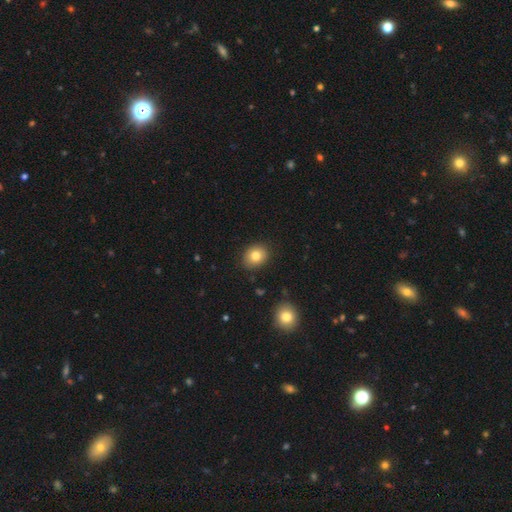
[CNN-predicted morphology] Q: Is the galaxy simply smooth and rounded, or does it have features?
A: smooth — 80%.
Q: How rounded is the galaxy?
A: round — 56%.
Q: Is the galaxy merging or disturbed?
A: none — 87%.